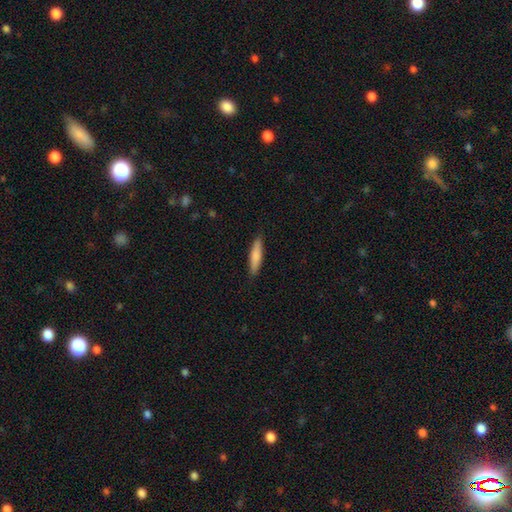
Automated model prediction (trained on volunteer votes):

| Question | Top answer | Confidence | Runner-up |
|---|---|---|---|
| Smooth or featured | smooth | 79% | featured or disk (16%) |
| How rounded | cigar-shaped | 79% | in between (20%) |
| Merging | none | 88% | minor disturbance (9%) |